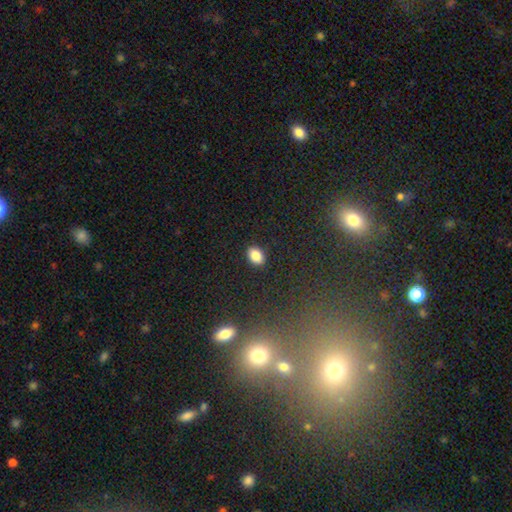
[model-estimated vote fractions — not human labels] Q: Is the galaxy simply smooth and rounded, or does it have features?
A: smooth — 85%.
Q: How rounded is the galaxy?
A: in between — 82%.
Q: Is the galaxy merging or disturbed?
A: none — 89%.